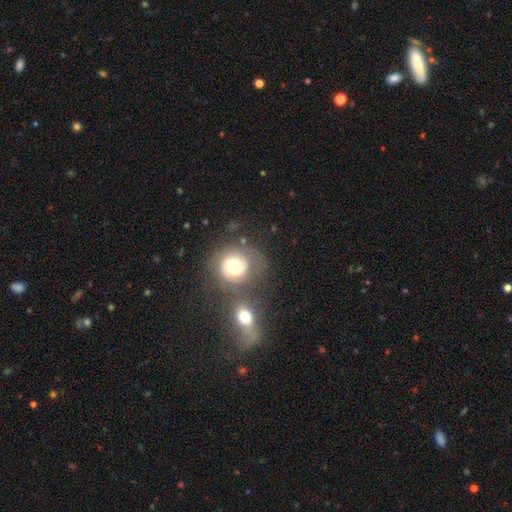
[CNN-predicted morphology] This is possibly a smooth galaxy (54%). How rounded: clearly round (82%). Merging: marginally merger (42%).